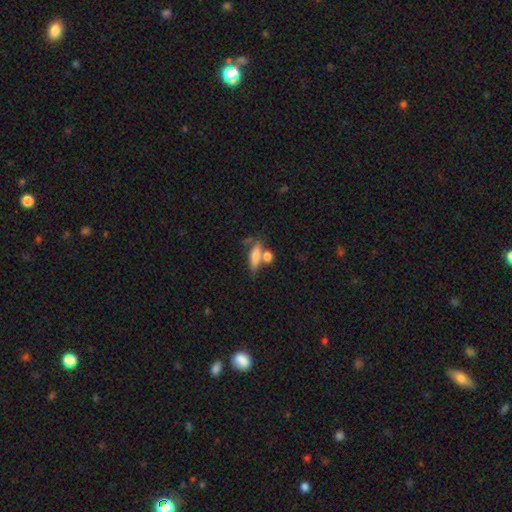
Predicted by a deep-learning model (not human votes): A smooth galaxy with no disk features (68%) that is cigar-shaped (49%). Merging: none (49%).